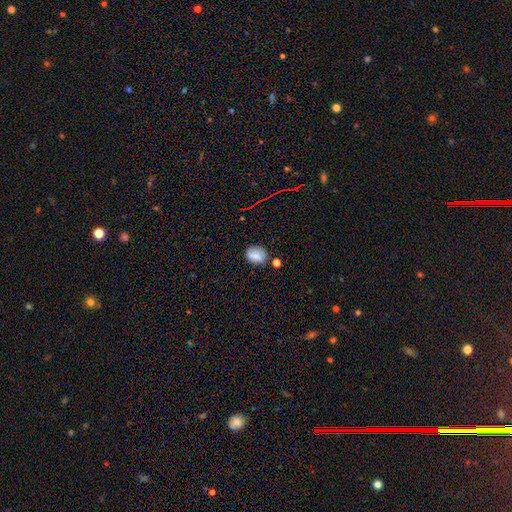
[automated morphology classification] smooth 78%, featured or disk 11%, star or artifact 11%. Down the decision tree: how rounded — in between (66%); merging — none (69%).